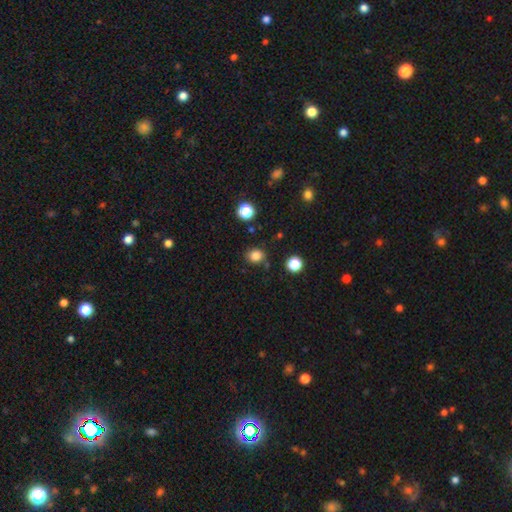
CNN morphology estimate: Q: Smooth or featured?
A: smooth (83%); runner-up: star or artifact (13%)
Q: How rounded?
A: round (69%); runner-up: in between (30%)
Q: Merging?
A: none (79%); runner-up: minor disturbance (13%)